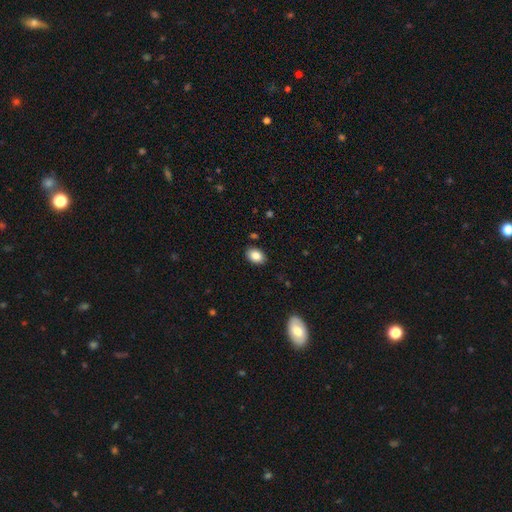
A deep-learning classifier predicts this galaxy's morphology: Smooth or featured?
  - smooth: 86% *
  - star or artifact: 8%
  - featured or disk: 6%
How rounded?
  - in between: 81% *
  - round: 18%
  - cigar-shaped: 1%
Merging?
  - none: 87% *
  - minor disturbance: 9%
  - major disturbance: 2%
  - merger: 1%